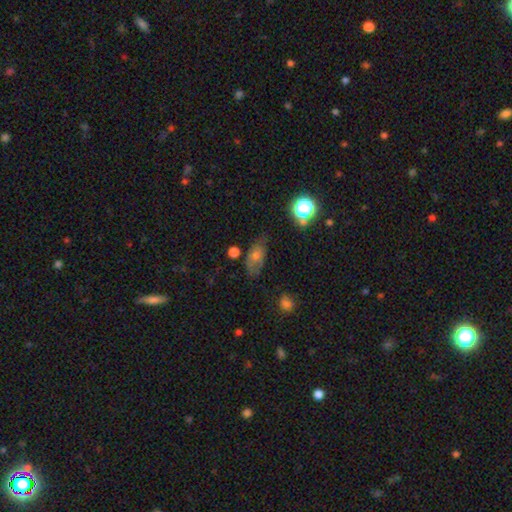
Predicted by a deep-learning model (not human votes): Morphology: type=smooth (58%); roundness=in between (80%); merging=none (58%).